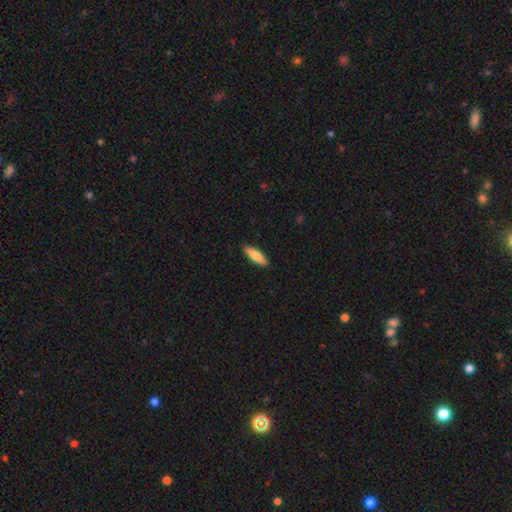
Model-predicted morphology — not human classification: This appears to be a smooth galaxy with no disk features (74%) that is cigar-shaped (61%). Merging: none (90%).